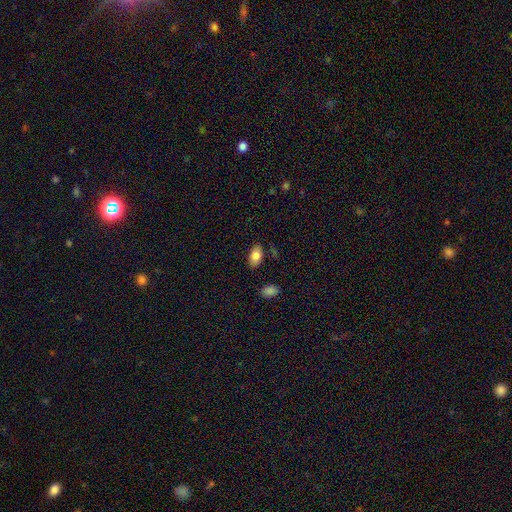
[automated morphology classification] Smooth or featured?
  - smooth: 83% *
  - featured or disk: 10%
  - star or artifact: 7%
How rounded?
  - in between: 93% *
  - round: 5%
  - cigar-shaped: 2%
Merging?
  - none: 84% *
  - minor disturbance: 11%
  - major disturbance: 3%
  - merger: 2%